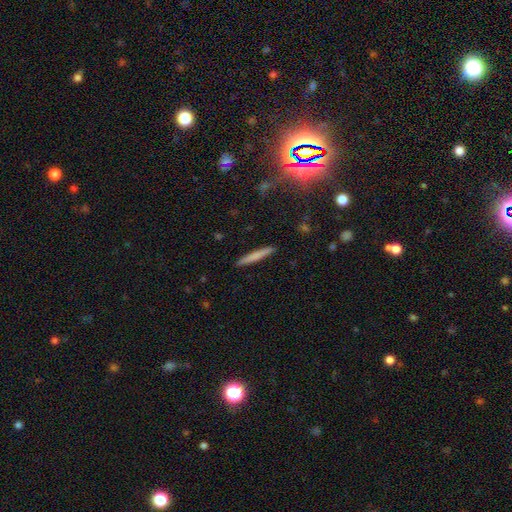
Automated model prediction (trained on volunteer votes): Q: Smooth or featured?
A: smooth (69%); runner-up: featured or disk (24%)
Q: How rounded?
A: cigar-shaped (96%); runner-up: in between (3%)
Q: Merging?
A: none (91%); runner-up: minor disturbance (6%)